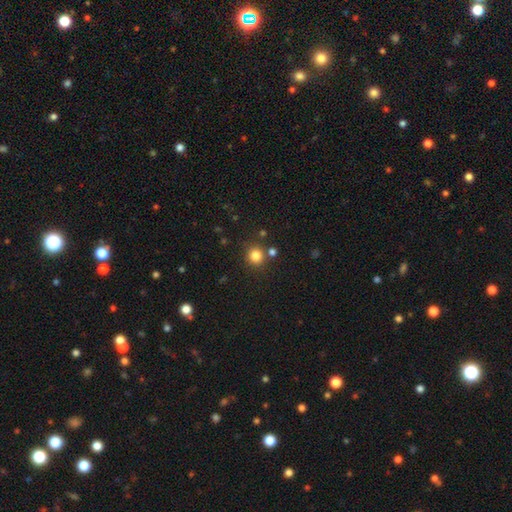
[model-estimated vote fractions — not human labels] A smooth galaxy with no disk features (82%) that is round (91%).

Vote fractions:
- Smooth or featured? smooth: 82% / star or artifact: 13% / featured or disk: 5%
- How rounded? round: 91% / in between: 8% / cigar-shaped: 1%
- Merging? none: 81% / merger: 8% / minor disturbance: 8% / major disturbance: 3%